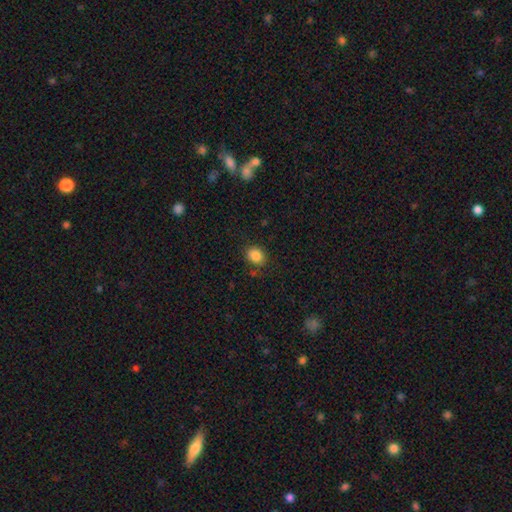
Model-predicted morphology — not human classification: Smooth or featured? smooth (85%)
How rounded? round (57%)
Merging? none (84%)